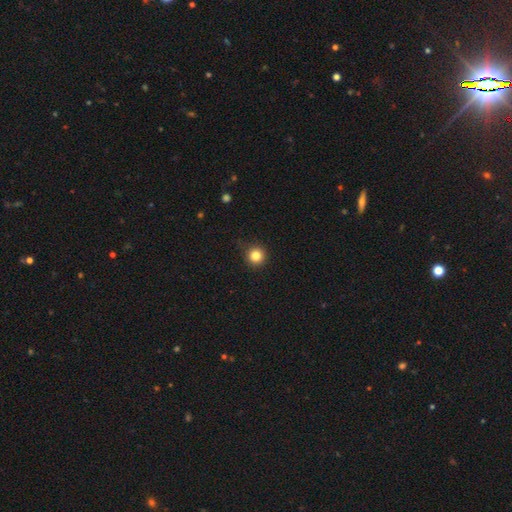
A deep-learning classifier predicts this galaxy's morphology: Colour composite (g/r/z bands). It shows a smooth galaxy with no disk features (83%) that is round (95%). Merging: none (88%).